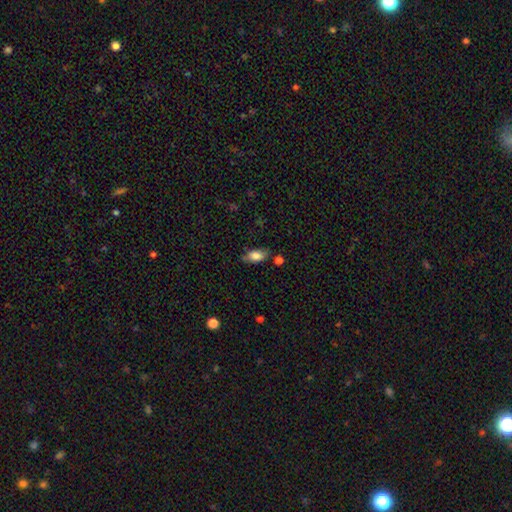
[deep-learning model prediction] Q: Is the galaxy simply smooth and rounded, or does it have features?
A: smooth — 80%.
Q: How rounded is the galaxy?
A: in between — 87%.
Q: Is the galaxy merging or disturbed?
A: none — 70%.